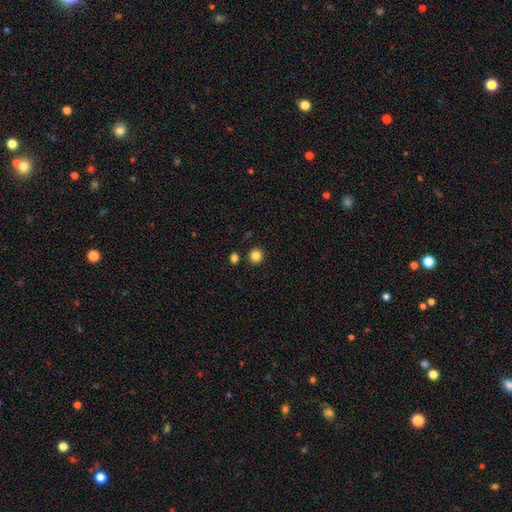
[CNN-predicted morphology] Smooth or featured? smooth (84%)
How rounded? round (94%)
Merging? none (90%)